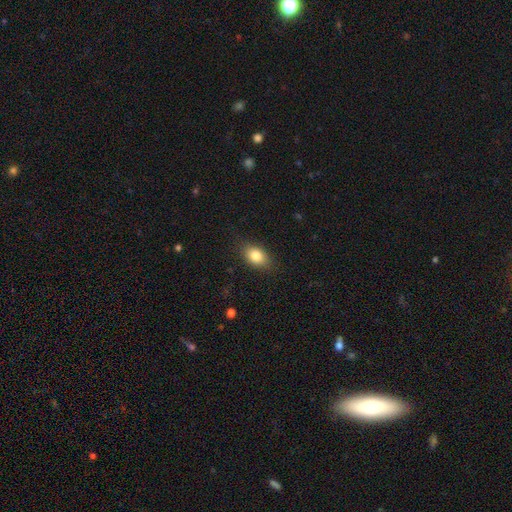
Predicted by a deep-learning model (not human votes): Morphology: type=smooth (82%); roundness=in between (82%); merging=none (84%).